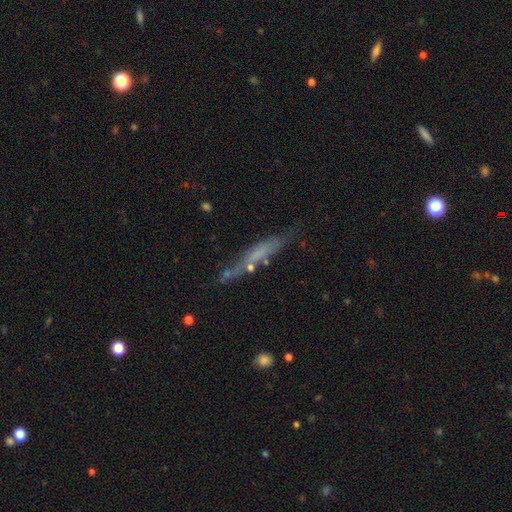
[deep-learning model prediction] The model was most divided on "smooth or featured": featured or disk: 45%, smooth: 42%, star or artifact: 13%. More confident: merging — none (61%).